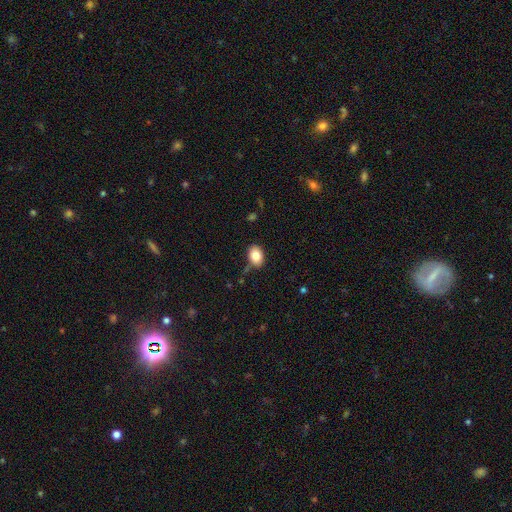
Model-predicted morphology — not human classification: Q: Smooth or featured?
A: smooth (84%); runner-up: star or artifact (8%)
Q: How rounded?
A: in between (79%); runner-up: round (20%)
Q: Merging?
A: none (79%); runner-up: minor disturbance (15%)